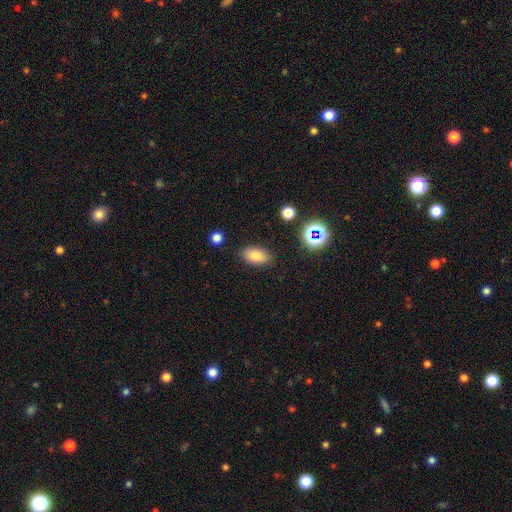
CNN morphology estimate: Smooth or featured?
  - smooth: 80% *
  - star or artifact: 11%
  - featured or disk: 8%
How rounded?
  - in between: 90% *
  - round: 7%
  - cigar-shaped: 3%
Merging?
  - none: 86% *
  - minor disturbance: 9%
  - major disturbance: 3%
  - merger: 2%